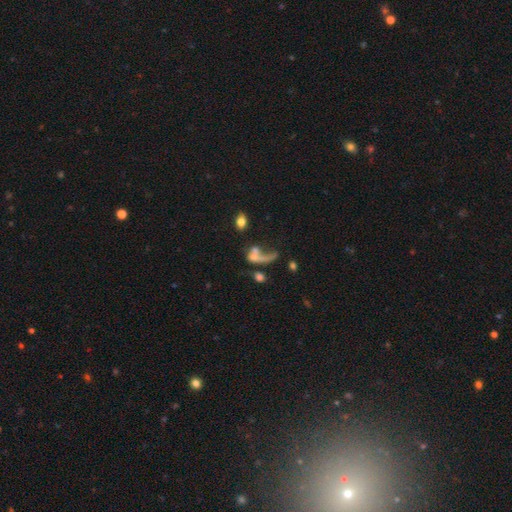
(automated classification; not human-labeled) smooth_or_featured: featured or disk (p=0.43) [alt: smooth p=0.42]
merging: major disturbance (p=0.38) [alt: merger p=0.31]